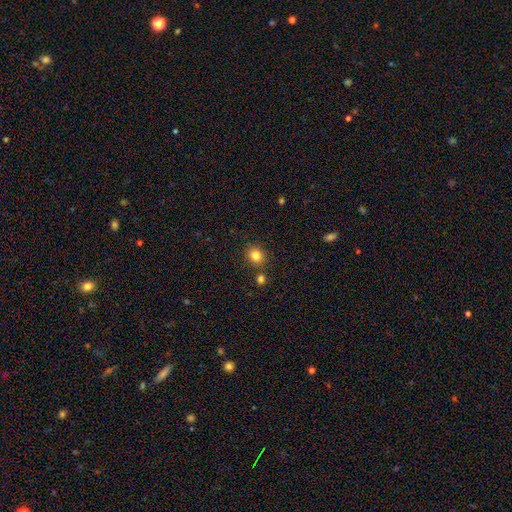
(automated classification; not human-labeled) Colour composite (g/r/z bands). It shows a smooth galaxy with no disk features (82%) that is round (77%). Merging: none (82%).